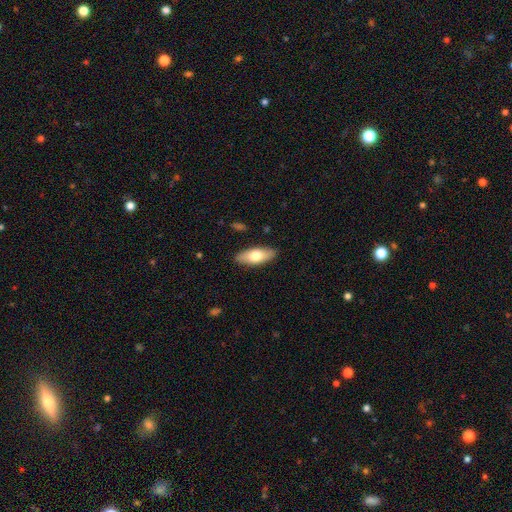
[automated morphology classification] The model was most divided on "smooth or featured": smooth: 71%, featured or disk: 23%, star or artifact: 6%. More confident: merging — none (88%); how rounded — in between (79%).